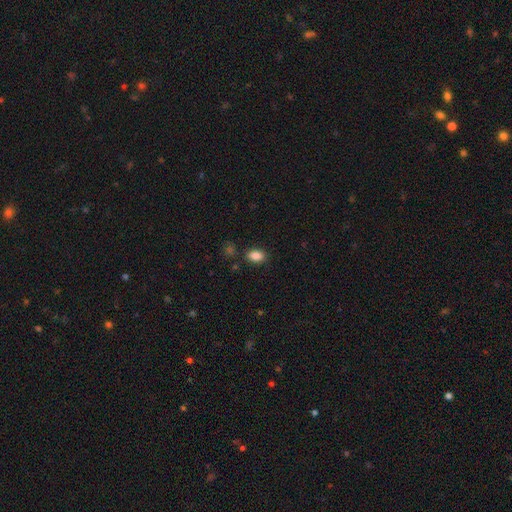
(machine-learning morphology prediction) A smooth galaxy with no disk features (87%) that is in between round and cigar-shaped (84%).

Vote fractions:
- Smooth or featured? smooth: 87% / star or artifact: 10% / featured or disk: 4%
- How rounded? in between: 84% / round: 14% / cigar-shaped: 2%
- Merging? none: 84% / minor disturbance: 10% / merger: 3% / major disturbance: 3%